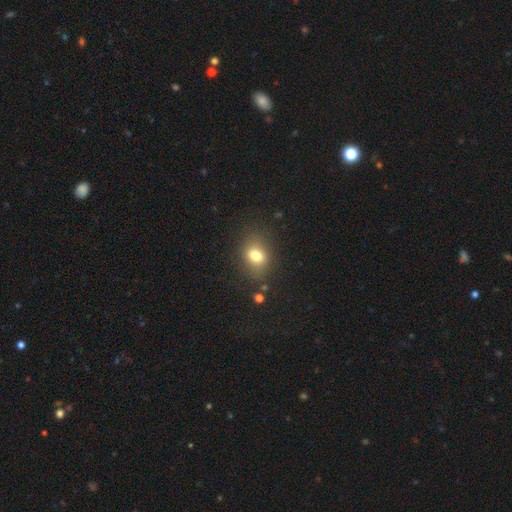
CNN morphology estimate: Overall: smooth (76%). How rounded: in between (58%; round 40%). Merging: none (77%).